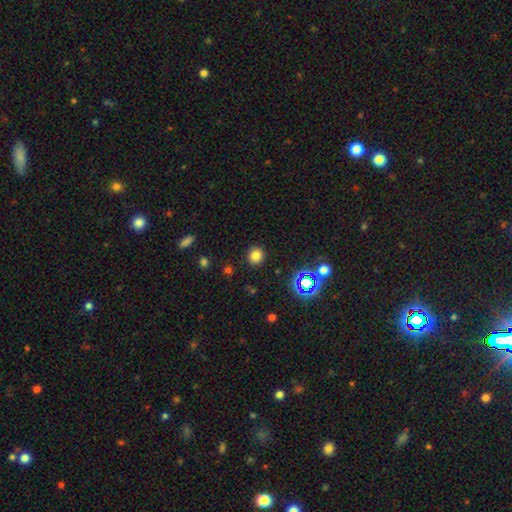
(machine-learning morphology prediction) Smooth or featured? Predicted: smooth (p=0.77). How rounded? Predicted: round (p=0.89). Merging? Predicted: none (p=0.90).